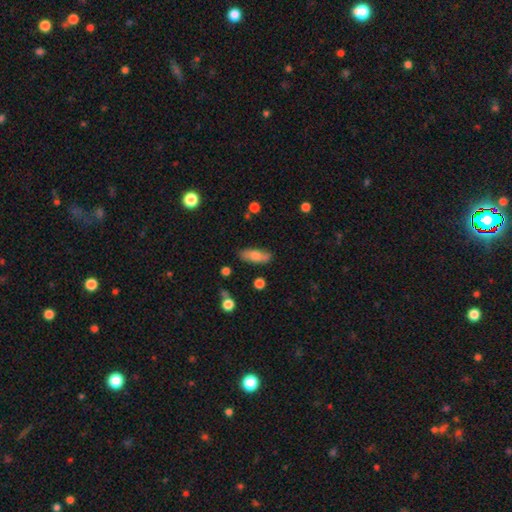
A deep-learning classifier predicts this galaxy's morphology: Smooth or featured?
  - smooth: 76% *
  - featured or disk: 17%
  - star or artifact: 7%
How rounded?
  - in between: 69% *
  - cigar-shaped: 28%
  - round: 3%
Merging?
  - none: 76% *
  - minor disturbance: 17%
  - major disturbance: 4%
  - merger: 3%